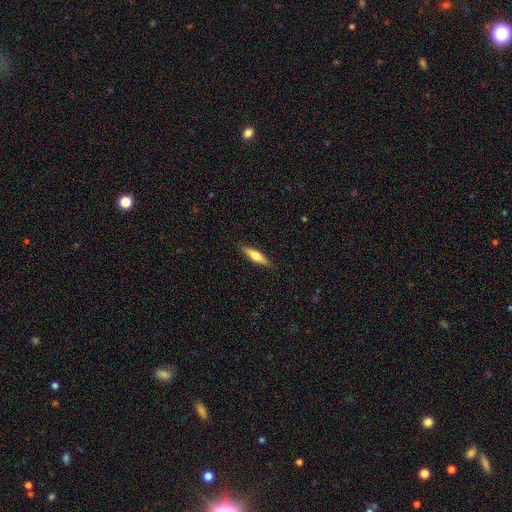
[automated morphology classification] smooth-or-featured: smooth: 63% | featured or disk: 31% | star or artifact: 6%
  how-rounded: cigar-shaped: 68% | in between: 30% | round: 2%
  merging: none: 88% | minor disturbance: 9% | major disturbance: 2% | merger: 1%